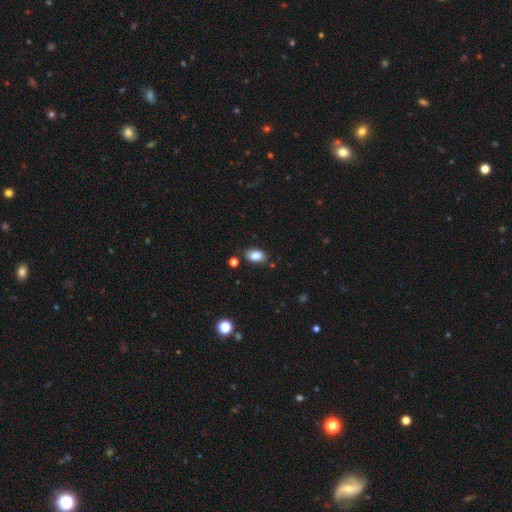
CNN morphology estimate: type=smooth (86%); roundness=in between (89%); merging=none (80%).